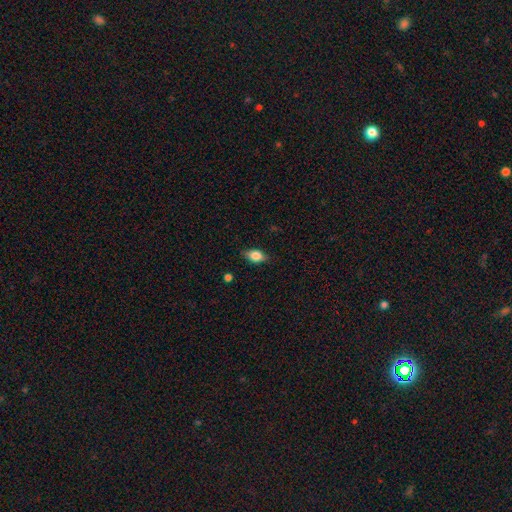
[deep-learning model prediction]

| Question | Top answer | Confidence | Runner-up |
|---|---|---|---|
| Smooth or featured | smooth | 79% | featured or disk (12%) |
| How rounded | in between | 84% | round (11%) |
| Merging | none | 80% | minor disturbance (15%) |